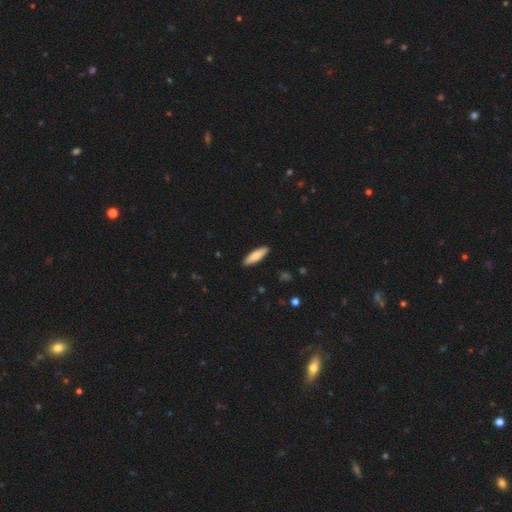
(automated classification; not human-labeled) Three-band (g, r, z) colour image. It shows a smooth galaxy with no disk features (82%) that is cigar-shaped (61%). Merging: none (90%).